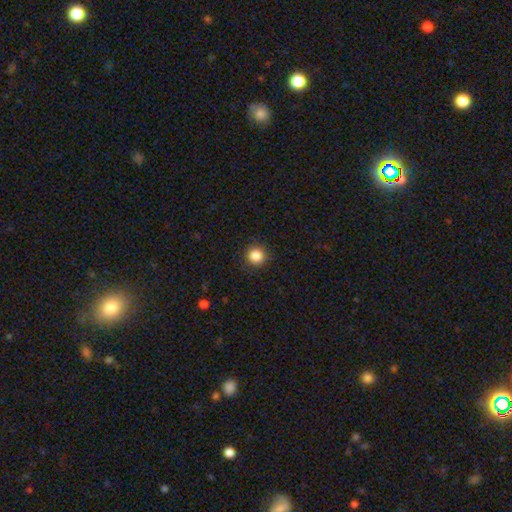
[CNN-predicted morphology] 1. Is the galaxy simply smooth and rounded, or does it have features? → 86% smooth, 11% star or artifact, 4% featured or disk.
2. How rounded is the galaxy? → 95% round, 4% in between, 1% cigar-shaped.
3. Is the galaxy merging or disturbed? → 91% none, 6% minor disturbance, 2% major disturbance, 1% merger.